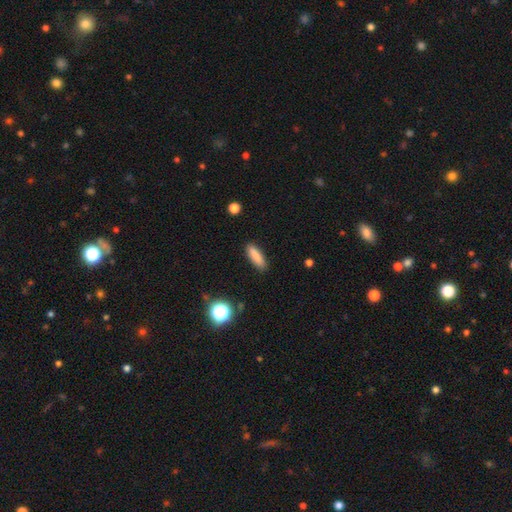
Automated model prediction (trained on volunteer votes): The model was most divided on "how rounded": cigar-shaped: 57%, in between: 41%, round: 2%. More confident: merging — none (88%); smooth or featured — smooth (86%).